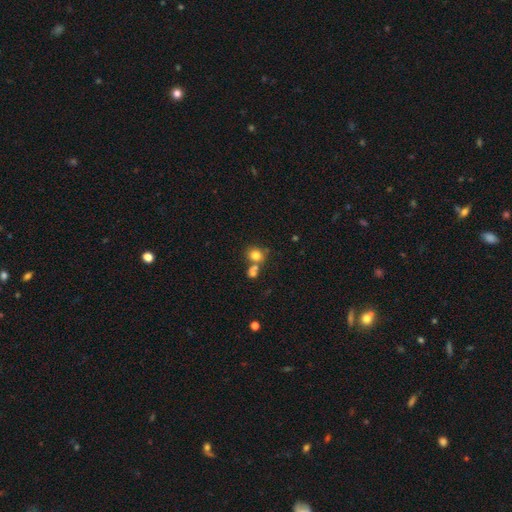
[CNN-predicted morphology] A smooth galaxy with no disk features (78%) that is round (70%).

Vote fractions:
- Smooth or featured? smooth: 78% / star or artifact: 12% / featured or disk: 10%
- How rounded? round: 70% / in between: 29% / cigar-shaped: 1%
- Merging? none: 48% / merger: 35% / minor disturbance: 11% / major disturbance: 6%